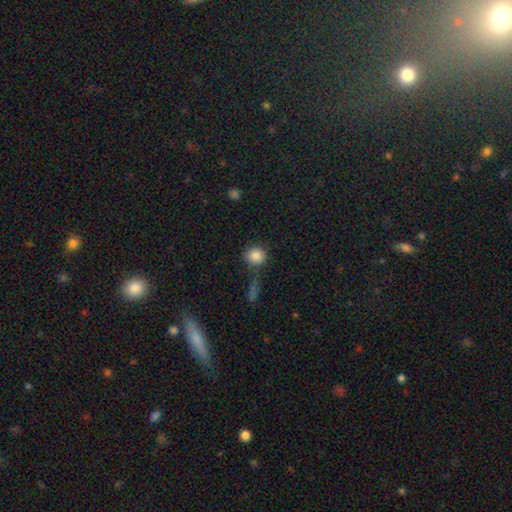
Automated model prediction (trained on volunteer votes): Smooth or featured? Predicted: smooth (p=0.86). How rounded? Predicted: round (p=0.90). Merging? Predicted: none (p=0.70).